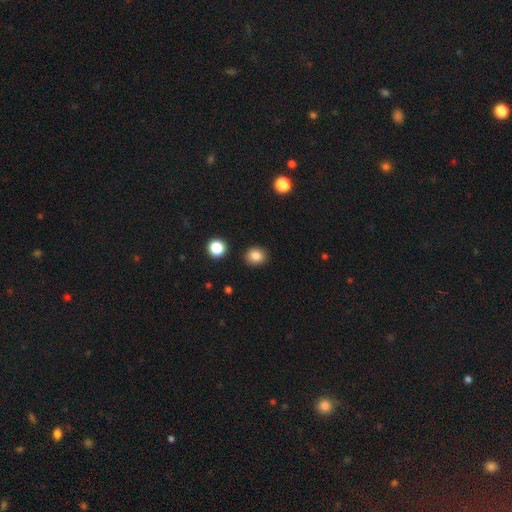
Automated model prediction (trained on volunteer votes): Smooth or featured: smooth — 85% (star or artifact — 11%)
How rounded: round — 69% (in between — 30%)
Merging: none — 89% (minor disturbance — 7%)